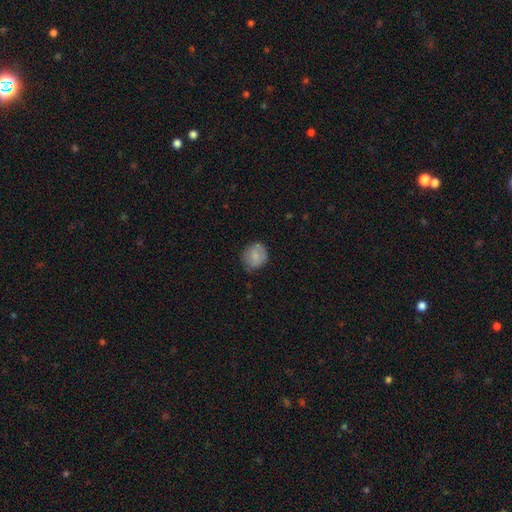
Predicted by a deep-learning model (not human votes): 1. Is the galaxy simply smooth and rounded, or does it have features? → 79% smooth, 14% featured or disk, 8% star or artifact.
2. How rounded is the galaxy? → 79% round, 20% in between, 1% cigar-shaped.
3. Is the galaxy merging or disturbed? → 74% none, 20% minor disturbance, 4% major disturbance, 1% merger.